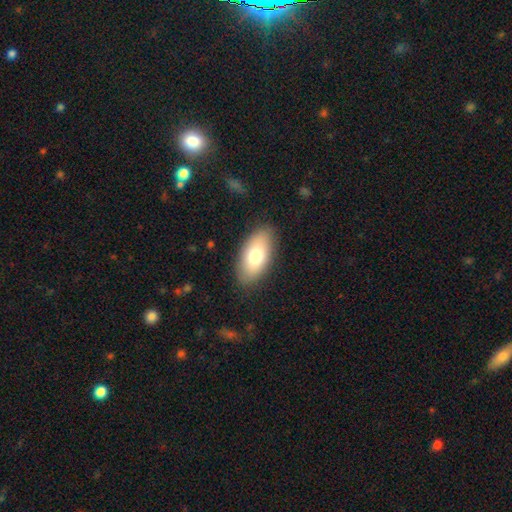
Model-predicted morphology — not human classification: This appears to be a smooth galaxy with no disk features (76%) that is in between round and cigar-shaped (92%). Merging: none (85%).